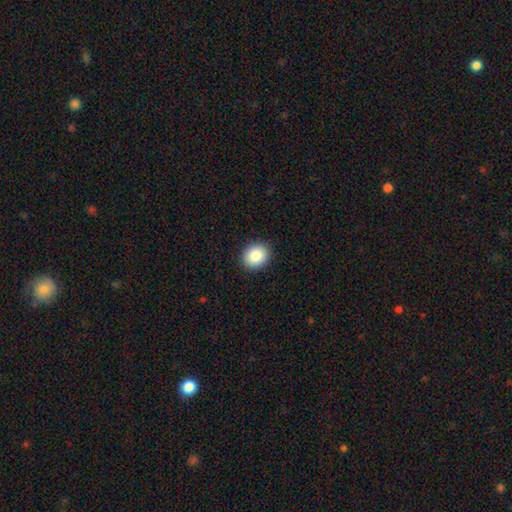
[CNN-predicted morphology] This is clearly a smooth galaxy (86%). How rounded: likely round (70%). Merging: clearly none (91%).